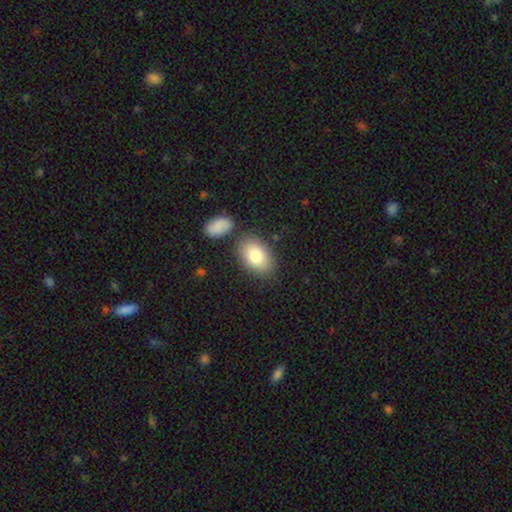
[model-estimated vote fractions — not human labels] smooth 82%, featured or disk 11%, star or artifact 7%. Down the decision tree: how rounded — in between (88%); merging — none (75%).